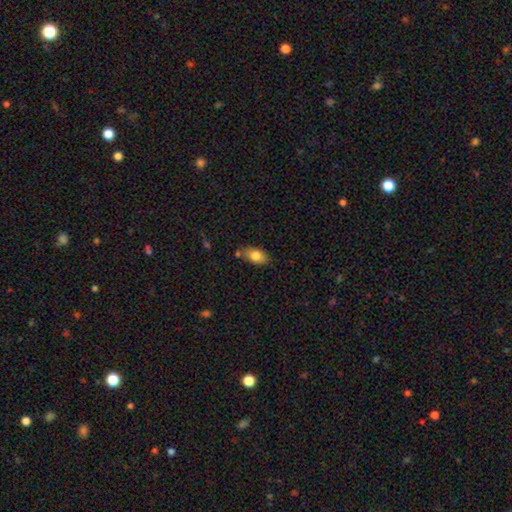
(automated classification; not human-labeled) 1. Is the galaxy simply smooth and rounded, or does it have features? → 80% smooth, 12% featured or disk, 8% star or artifact.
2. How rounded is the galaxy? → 89% in between, 7% round, 4% cigar-shaped.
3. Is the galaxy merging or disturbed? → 72% none, 16% minor disturbance, 8% merger, 3% major disturbance.